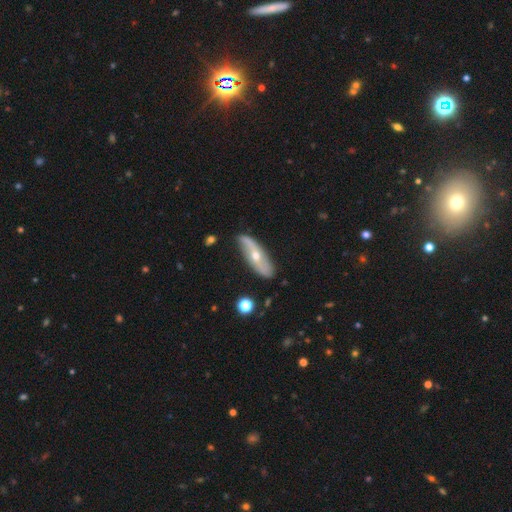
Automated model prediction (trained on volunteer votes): This is likely a featured or disk galaxy (67%). It is likely not viewed edge-on (70%). Merging: likely none (74%).